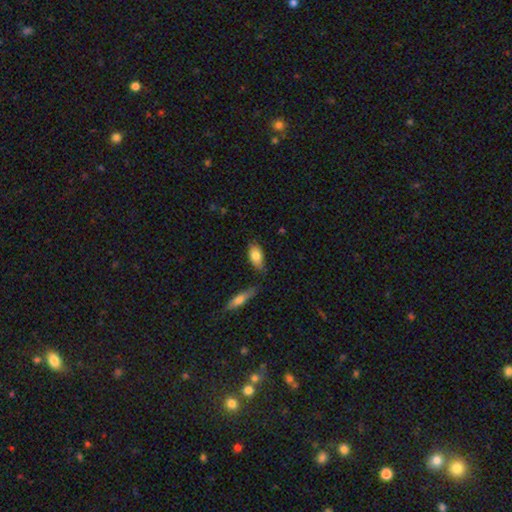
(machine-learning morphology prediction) Smooth or featured? smooth (79%)
How rounded? in between (88%)
Merging? none (67%)